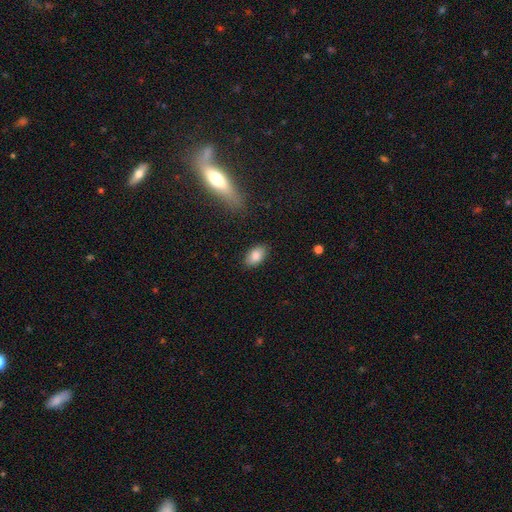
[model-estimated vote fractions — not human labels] The model was most divided on "merging": none: 86%, minor disturbance: 10%, major disturbance: 2%, merger: 1%. More confident: how rounded — in between (92%); smooth or featured — smooth (85%).